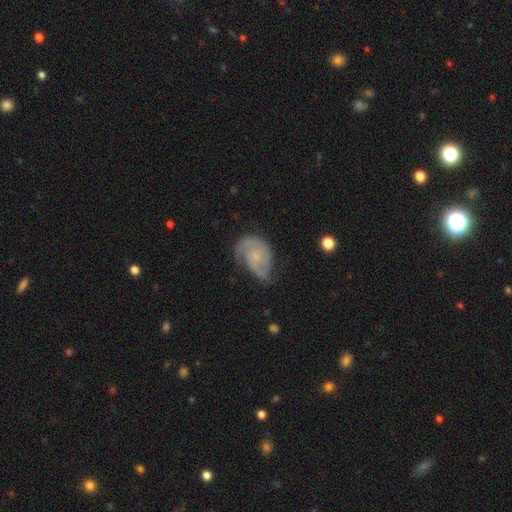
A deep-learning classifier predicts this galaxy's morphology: featured or disk 72%, smooth 21%, star or artifact 7%. Down the decision tree: edge-on disk — no (98%); bar — no (74%); spiral arms — yes (91%); spiral arm count — 2 (59%); spiral winding — medium (42%); bulge size — small (66%); merging — none (46%).